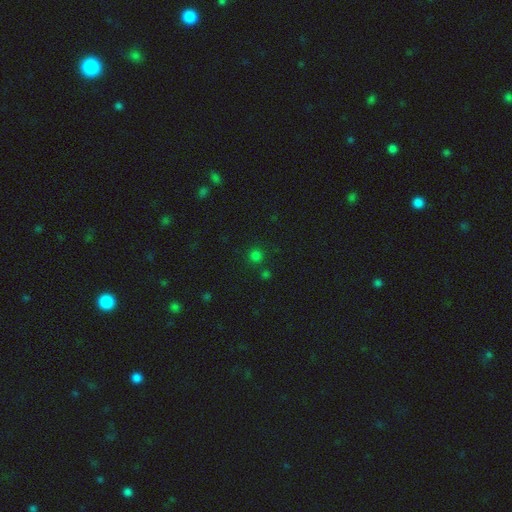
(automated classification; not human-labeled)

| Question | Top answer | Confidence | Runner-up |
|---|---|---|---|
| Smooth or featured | smooth | 72% | star or artifact (24%) |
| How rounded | round | 93% | in between (6%) |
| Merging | none | 81% | merger (8%) |